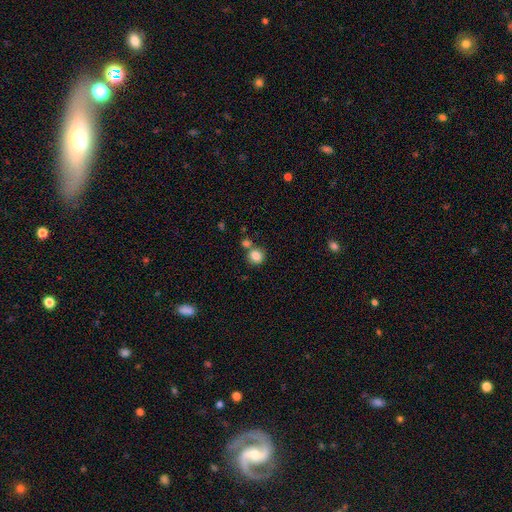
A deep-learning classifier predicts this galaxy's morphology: type=smooth (84%); roundness=round (85%); merging=none (65%).